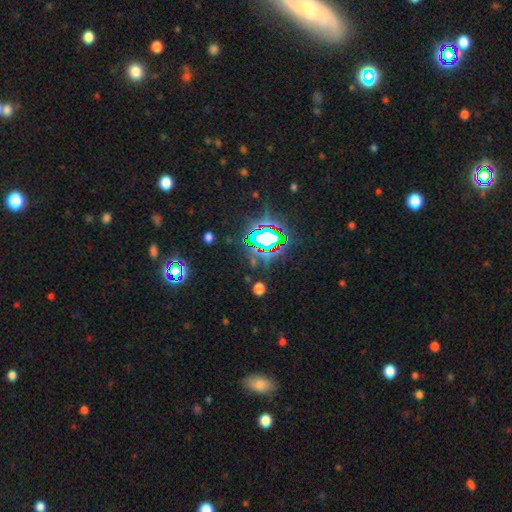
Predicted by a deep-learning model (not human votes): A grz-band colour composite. It shows a star or artifact, not a galaxy (71%).